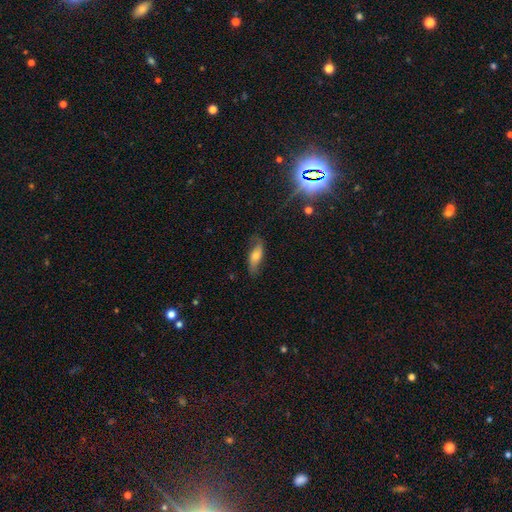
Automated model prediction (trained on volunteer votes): Q: Smooth or featured?
A: smooth (48%); runner-up: featured or disk (44%)
Q: Merging?
A: none (71%); runner-up: minor disturbance (21%)